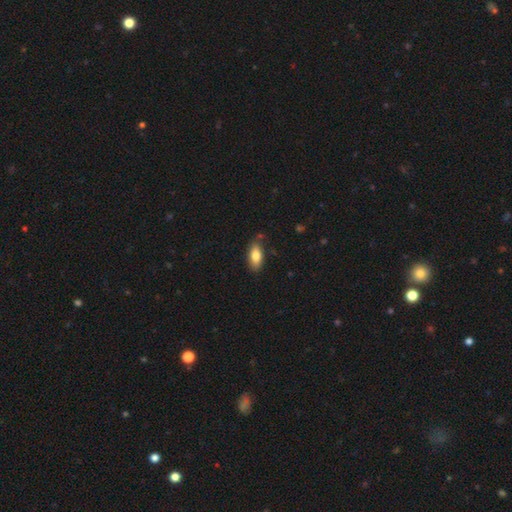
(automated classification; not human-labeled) Q: Smooth or featured?
A: smooth (80%); runner-up: featured or disk (13%)
Q: How rounded?
A: in between (87%); runner-up: cigar-shaped (10%)
Q: Merging?
A: none (81%); runner-up: minor disturbance (14%)